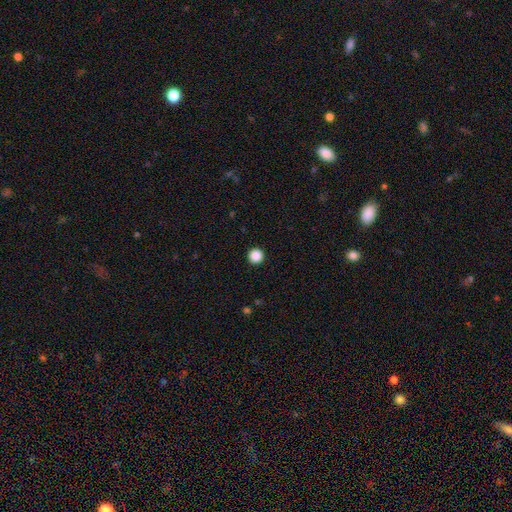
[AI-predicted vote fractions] Smooth or featured: smooth — 88% (star or artifact — 10%)
How rounded: round — 97% (in between — 2%)
Merging: none — 94% (minor disturbance — 4%)